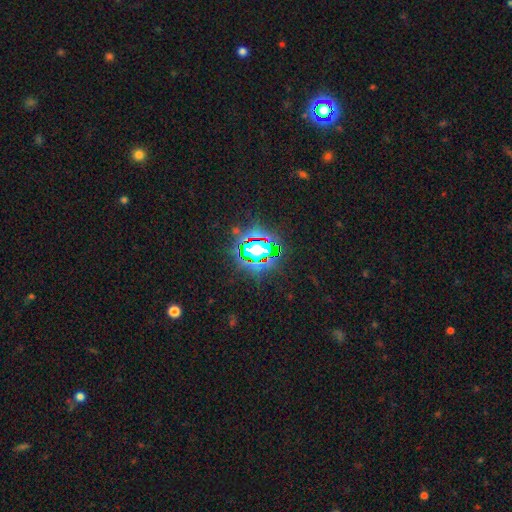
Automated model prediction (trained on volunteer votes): smooth_or_featured: star or artifact (p=0.76) [alt: smooth p=0.15]